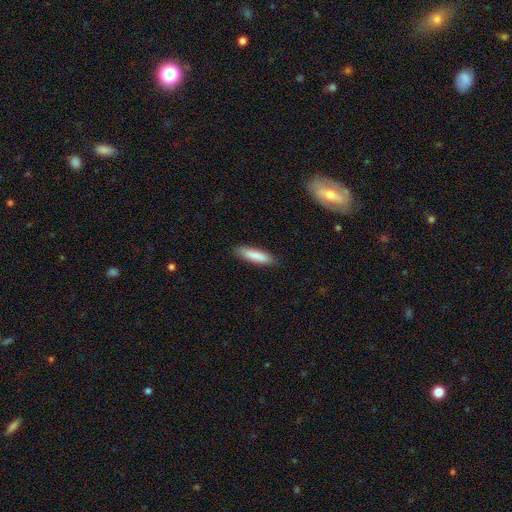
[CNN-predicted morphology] Smooth or featured: smooth — 85% (featured or disk — 9%)
How rounded: cigar-shaped — 75% (in between — 24%)
Merging: none — 87% (minor disturbance — 10%)